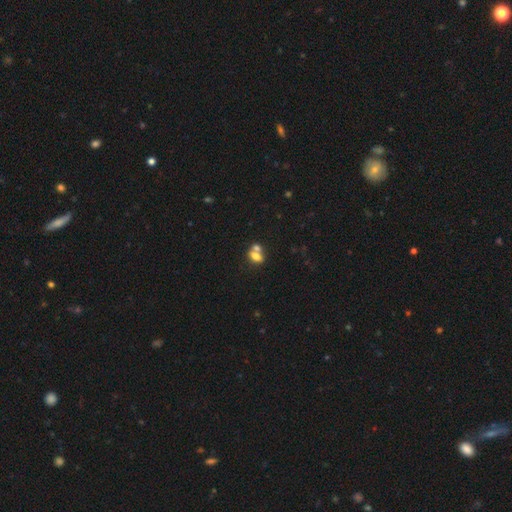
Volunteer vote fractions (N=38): smooth-or-featured: smooth: 76% | featured or disk: 16% | star or artifact: 8%
  how-rounded: in between: 83% | round: 10% | cigar-shaped: 7%
  merging: merger: 49% | none: 43% | major disturbance: 6% | minor disturbance: 3%